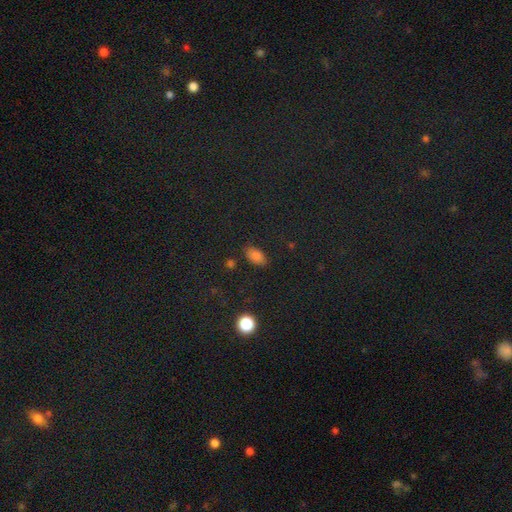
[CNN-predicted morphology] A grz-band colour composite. It shows a smooth galaxy with no disk features (78%) that is in between round and cigar-shaped (90%). Merging: none (81%).